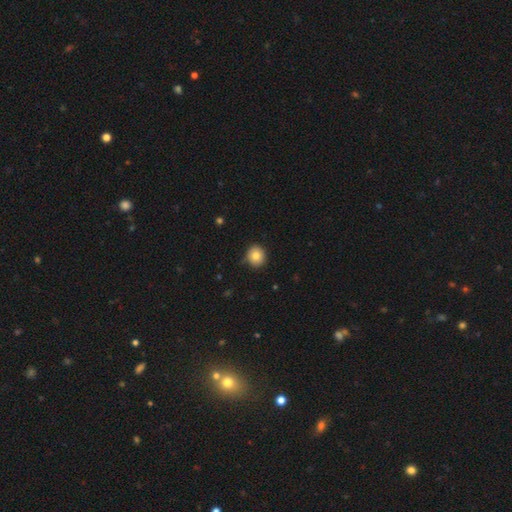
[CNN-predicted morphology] Overall: smooth (83%). How rounded: round (86%). Merging: none (85%).